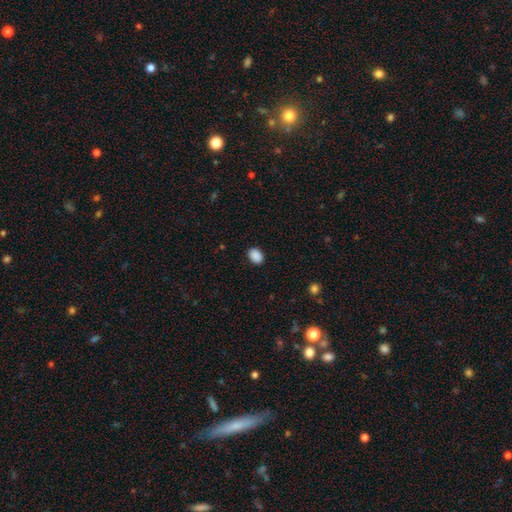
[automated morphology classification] The model was most divided on "how rounded": in between: 72%, round: 27%, cigar-shaped: 1%. More confident: smooth or featured — smooth (90%); merging — none (89%).